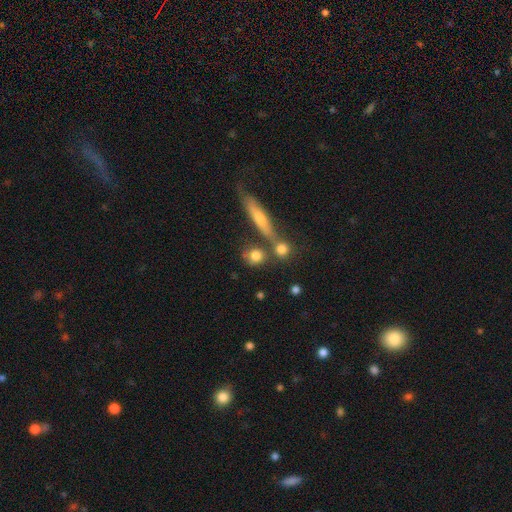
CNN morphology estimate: Q: Smooth or featured?
A: smooth (76%); runner-up: featured or disk (13%)
Q: How rounded?
A: round (68%); runner-up: in between (20%)
Q: Merging?
A: none (64%); runner-up: merger (21%)